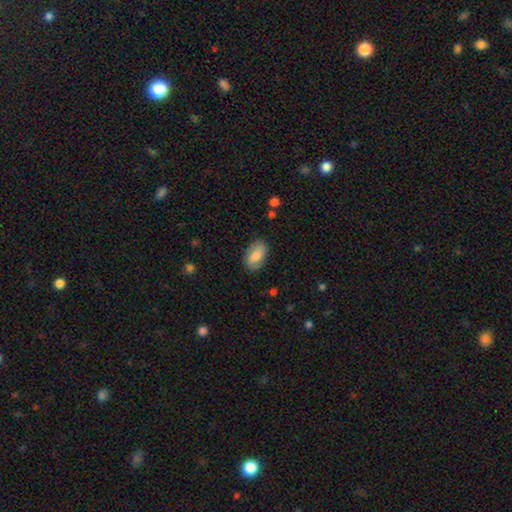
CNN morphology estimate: This is likely a smooth galaxy (70%). How rounded: clearly in between (92%). Merging: clearly none (83%).